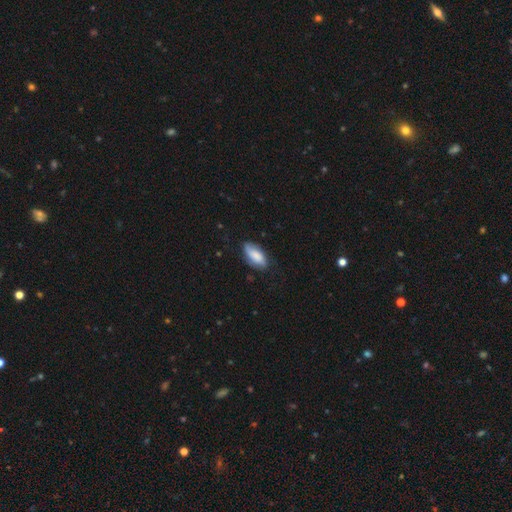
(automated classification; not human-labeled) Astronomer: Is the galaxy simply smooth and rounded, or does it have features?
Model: smooth — 70%.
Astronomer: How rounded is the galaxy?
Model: in between — 88%.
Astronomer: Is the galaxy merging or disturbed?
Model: none — 69%.